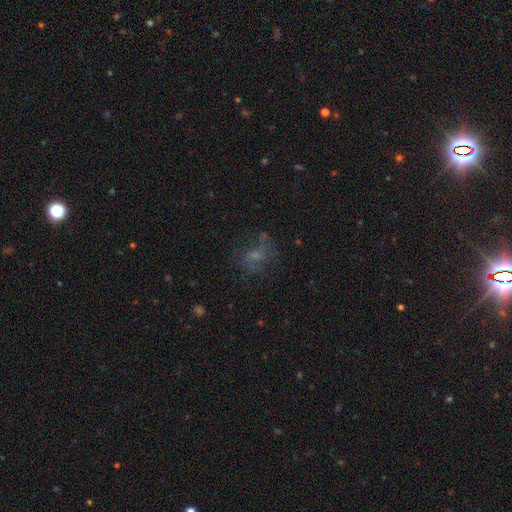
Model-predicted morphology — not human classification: smooth_or_featured: smooth (p=0.41) [alt: featured or disk p=0.37]
merging: none (p=0.54) [alt: major disturbance p=0.24]